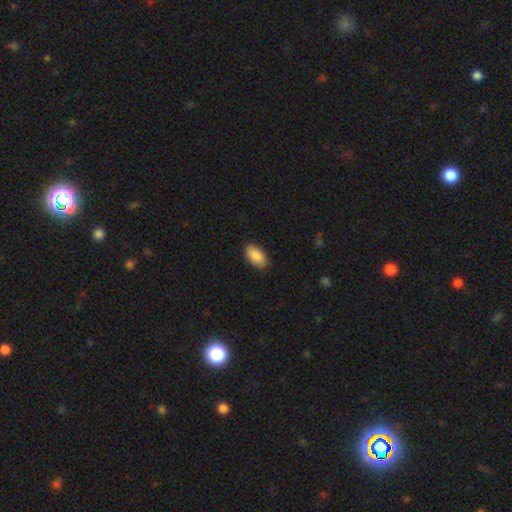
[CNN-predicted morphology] Smooth or featured?
  - smooth: 89% *
  - star or artifact: 6%
  - featured or disk: 5%
How rounded?
  - in between: 95% *
  - round: 3%
  - cigar-shaped: 2%
Merging?
  - none: 87% *
  - minor disturbance: 10%
  - major disturbance: 2%
  - merger: 1%